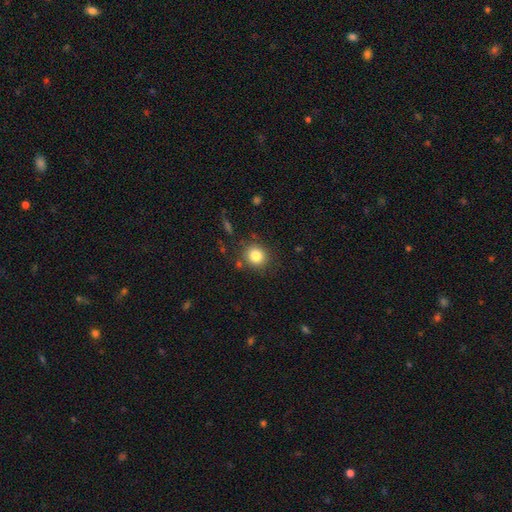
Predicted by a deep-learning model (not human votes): smooth-or-featured: smooth: 83% | star or artifact: 11% | featured or disk: 6%
  how-rounded: round: 83% | in between: 16% | cigar-shaped: 1%
  merging: none: 83% | minor disturbance: 10% | major disturbance: 4% | merger: 3%